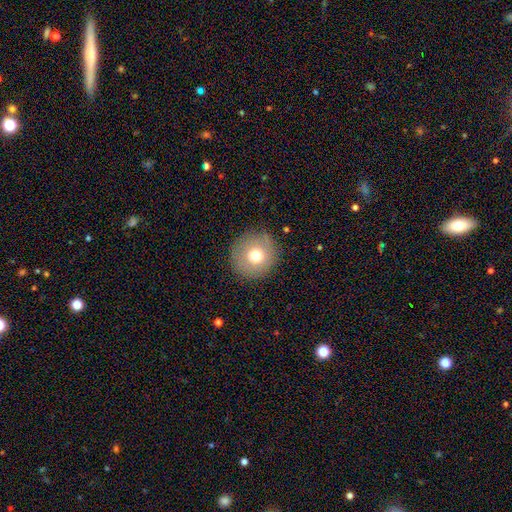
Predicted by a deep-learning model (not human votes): A smooth galaxy with no disk features (71%) that is round (94%).

Vote fractions:
- Smooth or featured? smooth: 71% / featured or disk: 18% / star or artifact: 11%
- How rounded? round: 94% / in between: 5% / cigar-shaped: 1%
- Merging? none: 86% / minor disturbance: 9% / major disturbance: 3% / merger: 1%